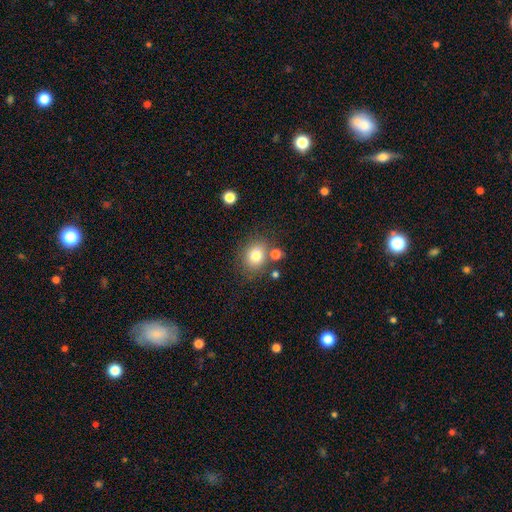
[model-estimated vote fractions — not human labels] Smooth or featured? Predicted: smooth (p=0.78). How rounded? Predicted: round (p=0.63). Merging? Predicted: none (p=0.71).